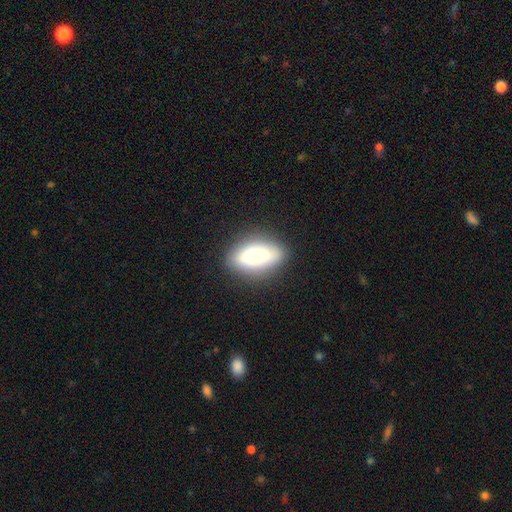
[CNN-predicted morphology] smooth 73%, featured or disk 18%, star or artifact 9%. Down the decision tree: how rounded — in between (87%); merging — none (80%).